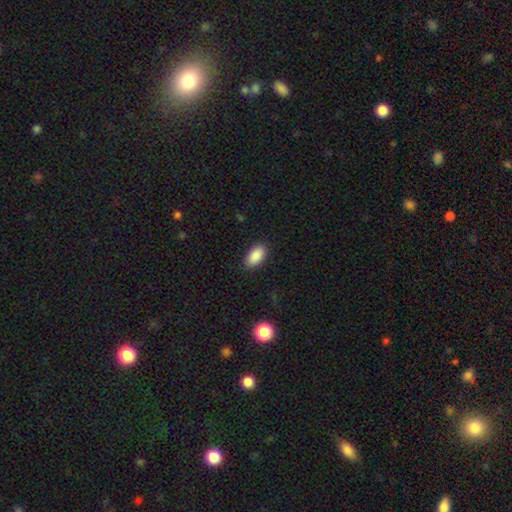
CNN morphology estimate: Smooth or featured? smooth (89%)
How rounded? in between (94%)
Merging? none (88%)